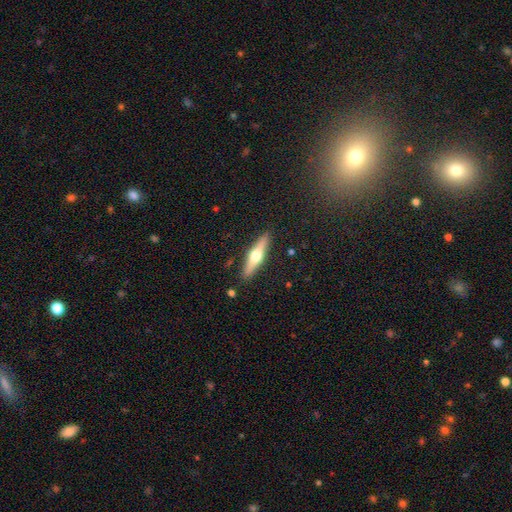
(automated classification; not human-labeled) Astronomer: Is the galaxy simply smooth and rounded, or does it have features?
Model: featured or disk — 58% (runner-up: smooth, 37%).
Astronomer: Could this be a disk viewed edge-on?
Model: yes — 95%.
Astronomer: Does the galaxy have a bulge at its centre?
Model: rounded — 94%.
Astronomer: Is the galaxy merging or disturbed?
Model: none — 89%.